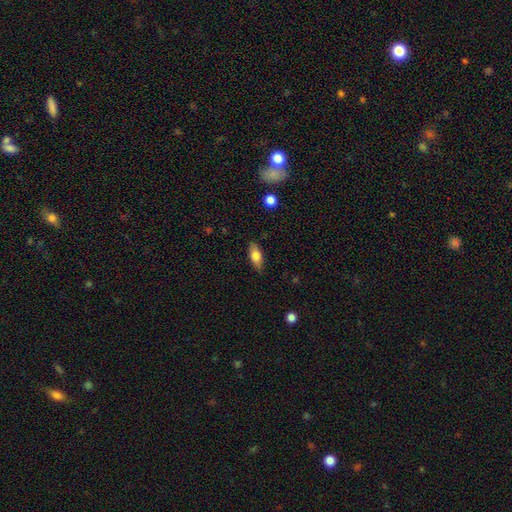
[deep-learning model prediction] smooth-or-featured: smooth: 69% | featured or disk: 24% | star or artifact: 7%
  how-rounded: in between: 75% | cigar-shaped: 21% | round: 4%
  merging: none: 83% | minor disturbance: 13% | major disturbance: 3% | merger: 1%